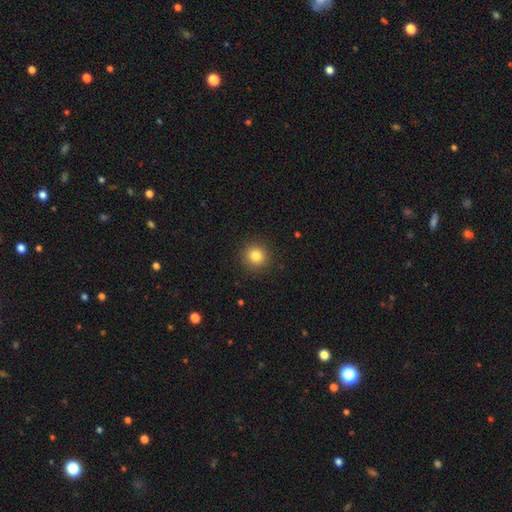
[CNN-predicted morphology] Overall: smooth (83%). How rounded: round (91%). Merging: none (91%).